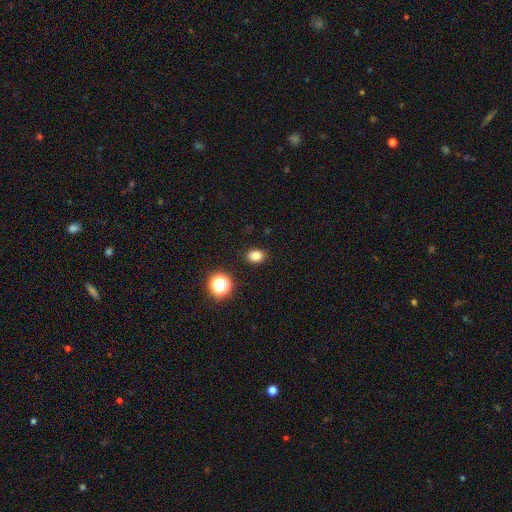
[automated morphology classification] The model was most divided on "how rounded": in between: 58%, round: 41%, cigar-shaped: 1%. More confident: merging — none (89%); smooth or featured — smooth (81%).